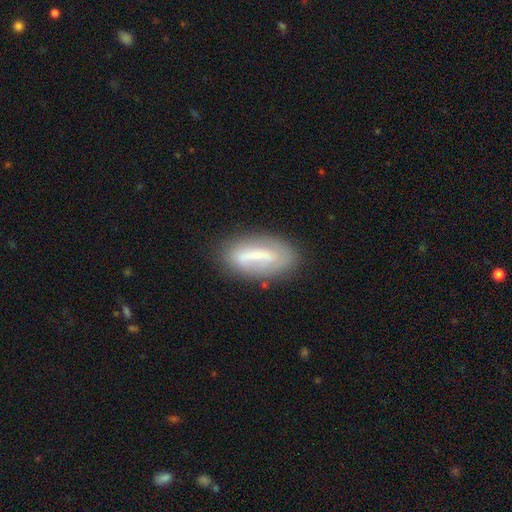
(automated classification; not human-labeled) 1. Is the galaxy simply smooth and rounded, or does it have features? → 47% smooth, 45% featured or disk, 8% star or artifact.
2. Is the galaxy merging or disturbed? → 71% none, 19% minor disturbance, 7% major disturbance, 3% merger.